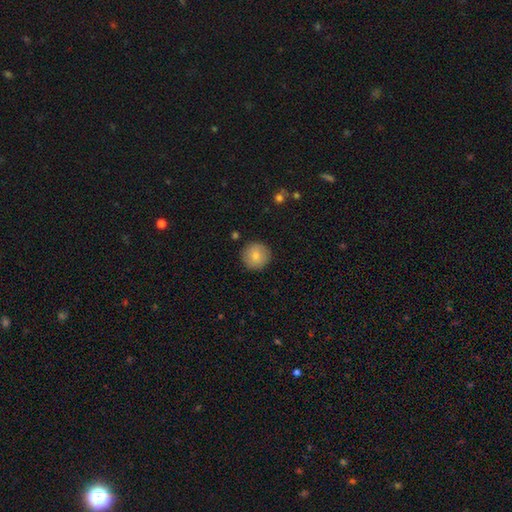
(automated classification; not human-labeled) This appears to be a smooth galaxy with no disk features (81%) that is round (96%). Merging: none (90%).